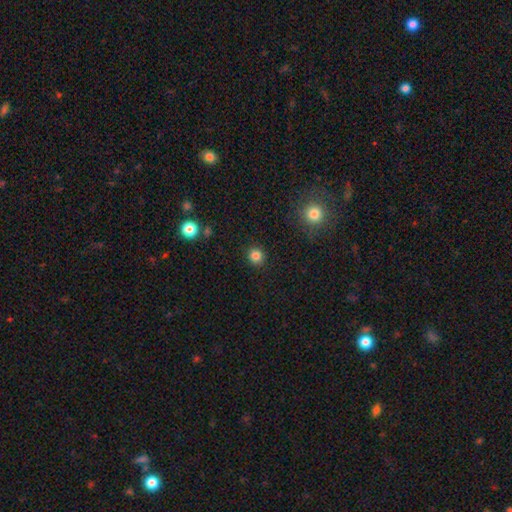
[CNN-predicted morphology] smooth_or_featured: smooth (p=0.83) [alt: star or artifact p=0.12]
how_rounded: round (p=0.92) [alt: in between p=0.07]
merging: none (p=0.91) [alt: minor disturbance p=0.06]